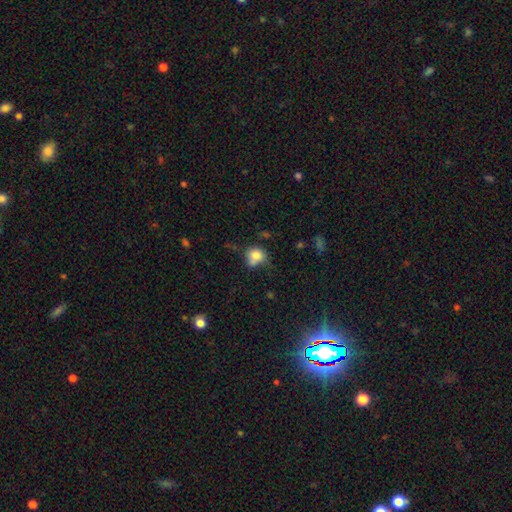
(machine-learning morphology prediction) The model was most divided on "merging": none: 46%, minor disturbance: 27%, merger: 16%, major disturbance: 11%. More confident: smooth or featured — smooth (80%); how rounded — round (68%).